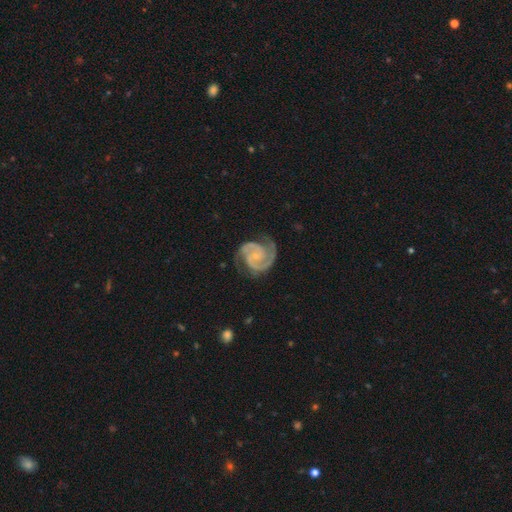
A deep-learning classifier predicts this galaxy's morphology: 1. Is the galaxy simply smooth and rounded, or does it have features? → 93% featured or disk, 4% star or artifact, 3% smooth.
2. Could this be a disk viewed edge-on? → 98% no, 2% yes.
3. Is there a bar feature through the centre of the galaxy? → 65% no, 27% weak, 8% strong.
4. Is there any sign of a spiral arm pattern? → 99% yes, 1% no.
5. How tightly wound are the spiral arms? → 48% tight, 46% medium, 6% loose.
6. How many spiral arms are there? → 89% 2, 5% 3, 2% can't tell, 1% 1, 1% 4, 1% more than 4.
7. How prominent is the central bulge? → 74% small, 16% moderate, 8% none, 1% large, 1% dominant.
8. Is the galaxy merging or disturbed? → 76% none, 17% minor disturbance, 6% major disturbance, 1% merger.